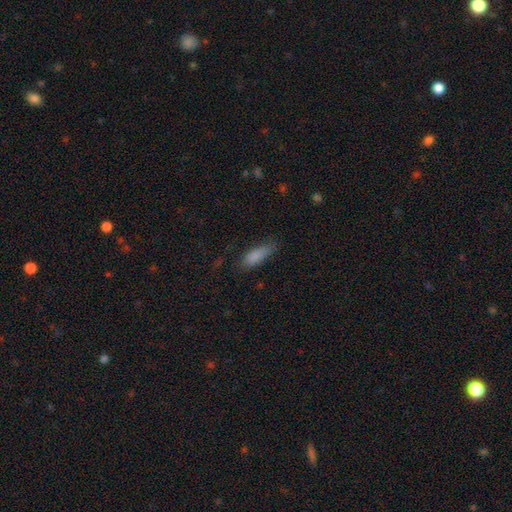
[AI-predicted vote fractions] This is clearly a smooth galaxy (84%). How rounded: possibly in between (58%). Merging: likely none (69%).